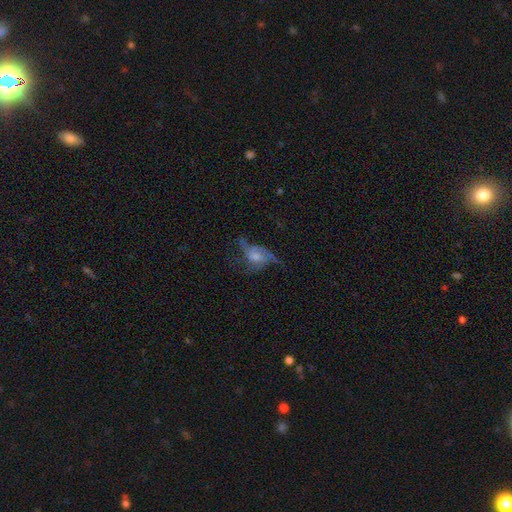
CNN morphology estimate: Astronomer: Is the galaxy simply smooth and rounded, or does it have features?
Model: featured or disk — 64%.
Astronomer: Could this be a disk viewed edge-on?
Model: no — 95%.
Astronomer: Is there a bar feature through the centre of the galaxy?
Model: no — 67%.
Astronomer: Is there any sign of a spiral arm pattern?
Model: yes — 76%.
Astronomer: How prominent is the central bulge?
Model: moderate — 46% (runner-up: small, 32%).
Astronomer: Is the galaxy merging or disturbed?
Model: major disturbance — 42% (runner-up: none, 34%).